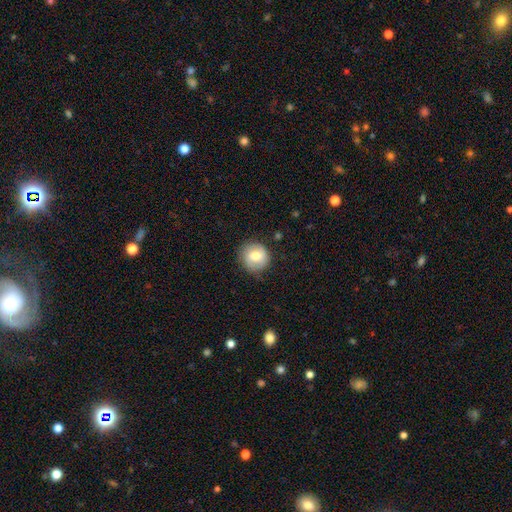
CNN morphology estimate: This appears to be a smooth galaxy with no disk features (67%) that is round (90%). Merging: none (81%).